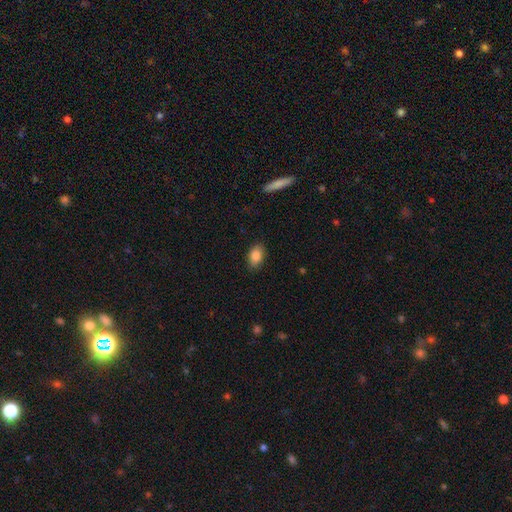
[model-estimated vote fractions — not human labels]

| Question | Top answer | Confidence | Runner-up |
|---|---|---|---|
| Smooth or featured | smooth | 87% | star or artifact (8%) |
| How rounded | in between | 85% | round (13%) |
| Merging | none | 84% | minor disturbance (12%) |